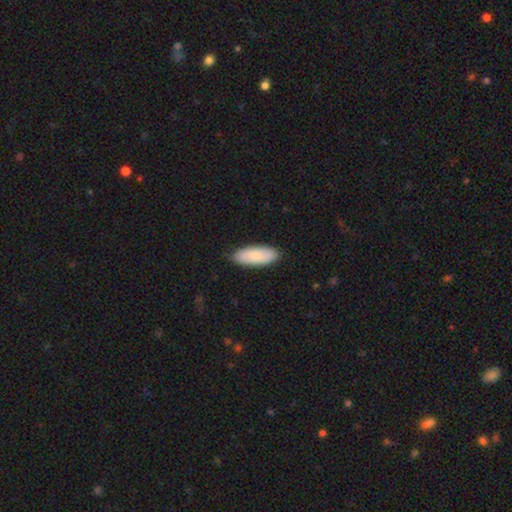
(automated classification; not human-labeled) Smooth or featured? Predicted: smooth (p=0.79). How rounded? Predicted: in between (p=0.79). Merging? Predicted: none (p=0.86).